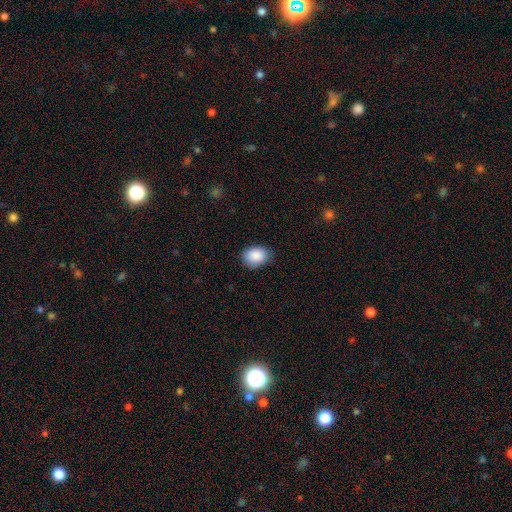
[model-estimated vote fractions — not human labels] Smooth or featured: smooth — 89% (star or artifact — 7%)
How rounded: in between — 71% (round — 28%)
Merging: none — 78% (minor disturbance — 18%)